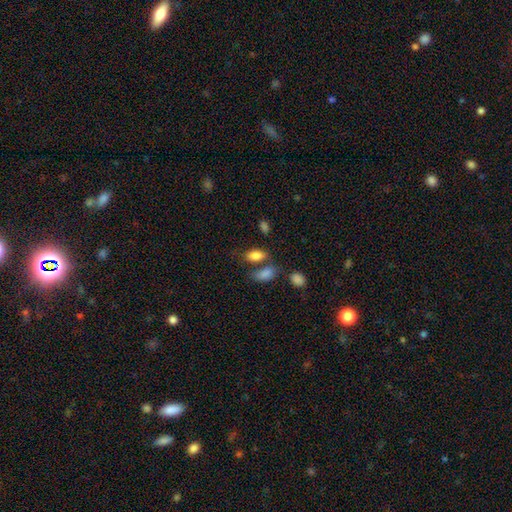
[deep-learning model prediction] A smooth galaxy with no disk features (85%) that is in between round and cigar-shaped (91%). Merging: none (53%).